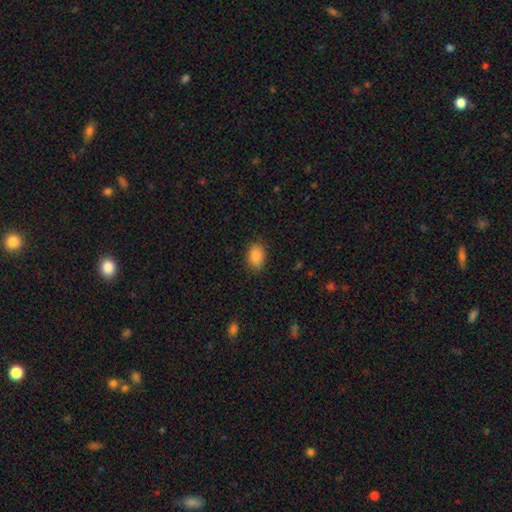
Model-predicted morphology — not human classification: smooth_or_featured: smooth (p=0.85) [alt: star or artifact p=0.08]
how_rounded: in between (p=0.79) [alt: round p=0.19]
merging: none (p=0.85) [alt: minor disturbance p=0.12]